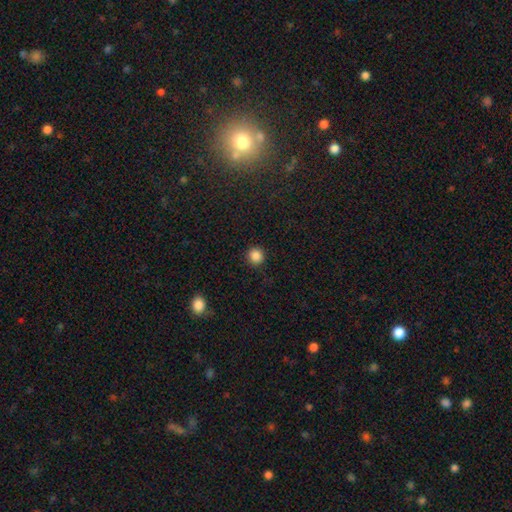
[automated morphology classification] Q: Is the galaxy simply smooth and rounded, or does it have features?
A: smooth — 86%.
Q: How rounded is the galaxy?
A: round — 93%.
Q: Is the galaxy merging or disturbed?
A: none — 90%.